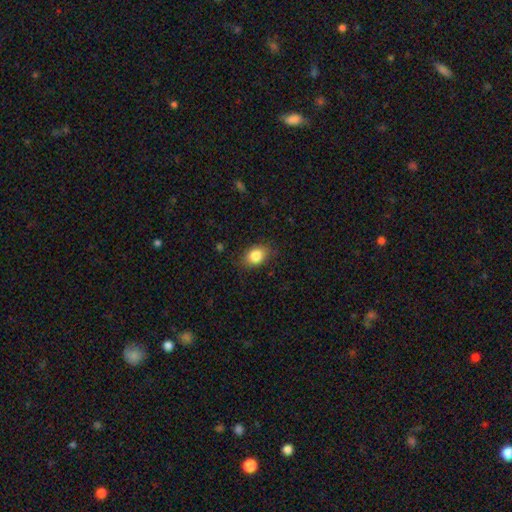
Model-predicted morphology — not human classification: Overall: smooth (84%). How rounded: in between (71%). Merging: none (82%).